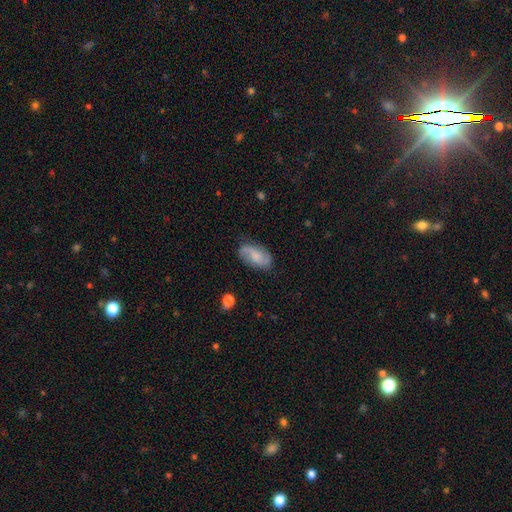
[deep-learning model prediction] Smooth or featured: featured or disk — 54% (smooth — 38%)
Edge-on disk: no — 95% (yes — 5%)
Bar: no — 53% (weak — 39%)
Spiral arms: yes — 91% (no — 9%)
Bulge size: small — 31% (tied with moderate — 31%)
Merging: none — 75% (minor disturbance — 18%)